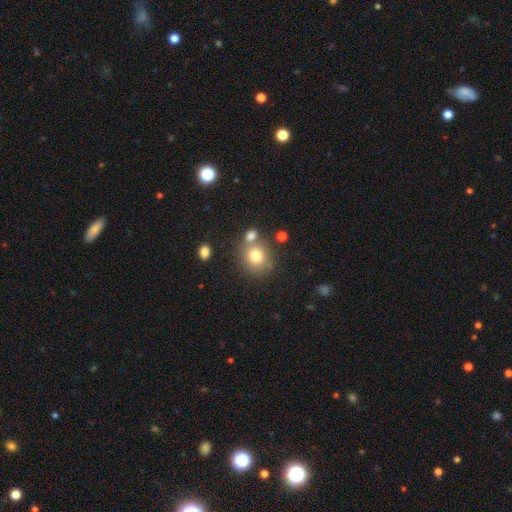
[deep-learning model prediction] Morphology: type=smooth (77%); roundness=round (81%); merging=none (60%).